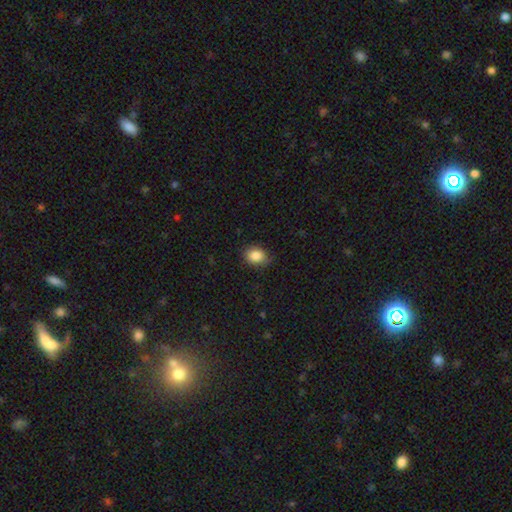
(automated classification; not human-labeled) A smooth galaxy with no disk features (86%) that is in between round and cigar-shaped (54%).

Vote fractions:
- Smooth or featured? smooth: 86% / star or artifact: 9% / featured or disk: 5%
- How rounded? in between: 54% / round: 45% / cigar-shaped: 1%
- Merging? none: 75% / minor disturbance: 20% / major disturbance: 4% / merger: 1%